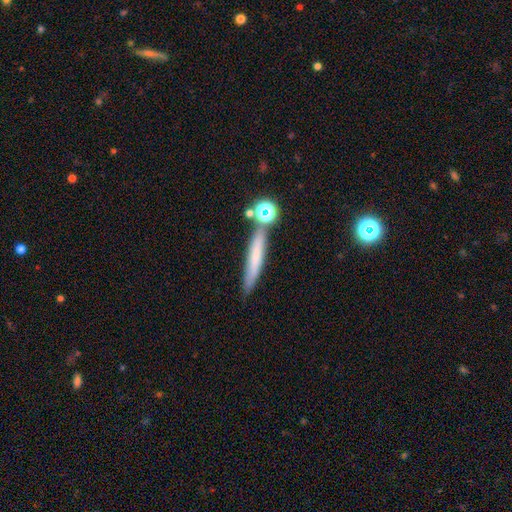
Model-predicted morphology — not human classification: A smooth galaxy with no disk features (62%) that is cigar-shaped (89%).

Vote fractions:
- Smooth or featured? smooth: 62% / featured or disk: 25% / star or artifact: 13%
- How rounded? cigar-shaped: 89% / in between: 7% / round: 4%
- Merging? none: 75% / minor disturbance: 12% / merger: 9% / major disturbance: 4%